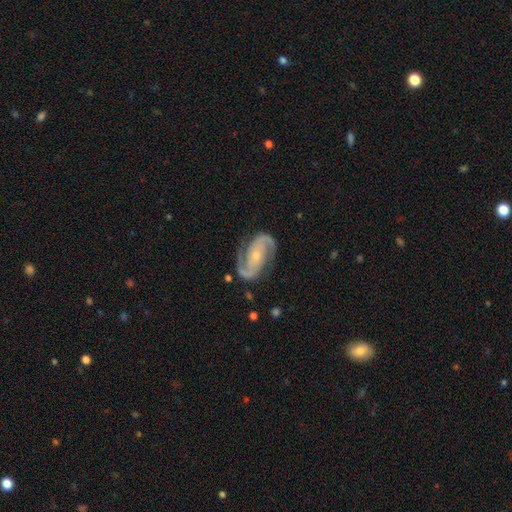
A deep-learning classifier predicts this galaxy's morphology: This appears to be a featured or disk galaxy (92%) with no bar (52%), 2 (94%) medium (55%) spiral arms (98%) and a small central bulge (67%). Merging: none (82%).